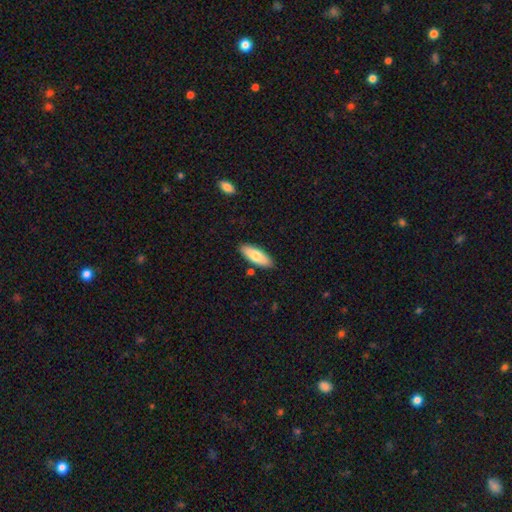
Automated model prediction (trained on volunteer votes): Smooth or featured?
  - smooth: 79% *
  - featured or disk: 15%
  - star or artifact: 6%
How rounded?
  - in between: 67% *
  - cigar-shaped: 31%
  - round: 2%
Merging?
  - none: 87% *
  - minor disturbance: 9%
  - merger: 3%
  - major disturbance: 2%